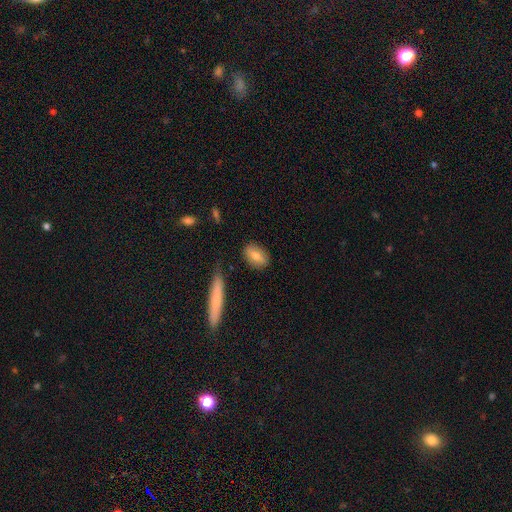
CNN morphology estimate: Smooth or featured? Predicted: smooth (p=0.68). How rounded? Predicted: in between (p=0.80). Merging? Predicted: none (p=0.82).